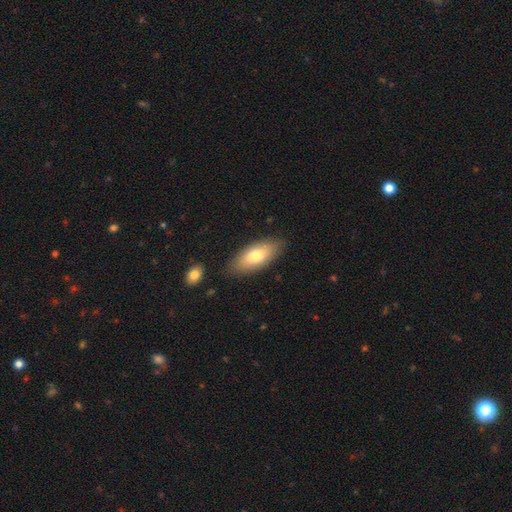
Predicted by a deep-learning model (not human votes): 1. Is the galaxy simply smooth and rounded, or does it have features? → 74% smooth, 20% featured or disk, 6% star or artifact.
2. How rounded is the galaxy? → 83% in between, 14% cigar-shaped, 2% round.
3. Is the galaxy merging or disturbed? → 83% none, 12% minor disturbance, 3% major disturbance, 2% merger.